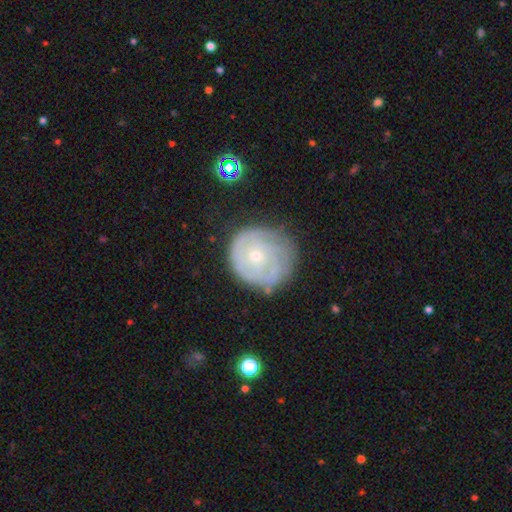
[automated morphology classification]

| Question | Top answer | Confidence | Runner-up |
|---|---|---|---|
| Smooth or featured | featured or disk | 67% | smooth (26%) |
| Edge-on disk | no | 97% | yes (3%) |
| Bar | no | 82% | weak (15%) |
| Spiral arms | yes | 80% | no (20%) |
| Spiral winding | tight | 75% | medium (18%) |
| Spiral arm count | can't tell | 52% | 2 (17%) |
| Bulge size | small | 72% | moderate (24%) |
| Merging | none | 68% | minor disturbance (22%) |